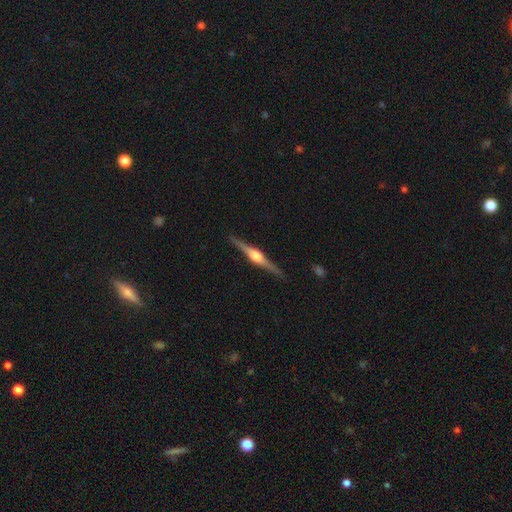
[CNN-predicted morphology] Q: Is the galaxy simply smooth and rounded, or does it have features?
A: featured or disk — 86%.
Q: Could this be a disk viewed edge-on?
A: yes — 98%.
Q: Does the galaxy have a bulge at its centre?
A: rounded — 86%.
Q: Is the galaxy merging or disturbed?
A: none — 91%.